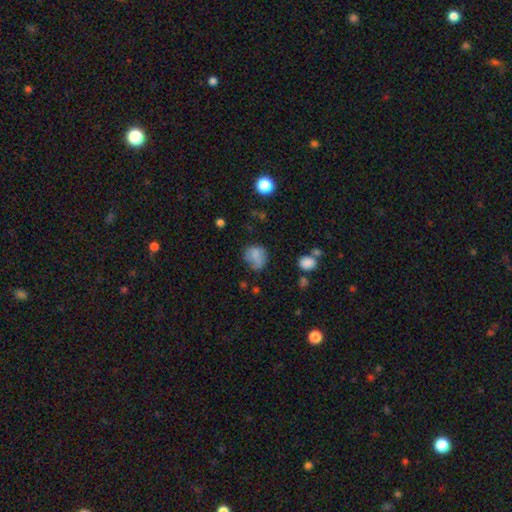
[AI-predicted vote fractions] The model was most divided on "merging": none: 51%, minor disturbance: 28%, major disturbance: 16%, merger: 5%. More confident: smooth or featured — smooth (73%); how rounded — round (64%).